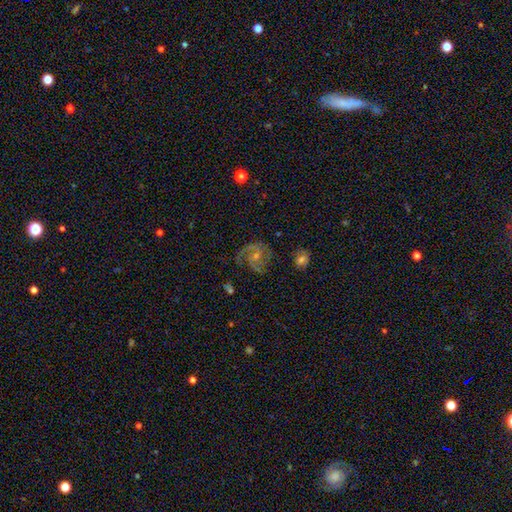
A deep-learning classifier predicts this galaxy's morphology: smooth_or_featured: featured or disk (p=0.80) [alt: smooth p=0.12]
disk_edge_on: no (p=0.98) [alt: yes p=0.02]
bar: no (p=0.63) [alt: weak p=0.31]
has_spiral_arms: yes (p=0.94) [alt: no p=0.06]
spiral_winding: medium (p=0.53) [alt: tight p=0.26]
spiral_arm_count: 2 (p=0.59) [alt: 1 p=0.13]
bulge_size: small (p=0.62) [alt: moderate p=0.30]
merging: none (p=0.60) [alt: minor disturbance p=0.20]